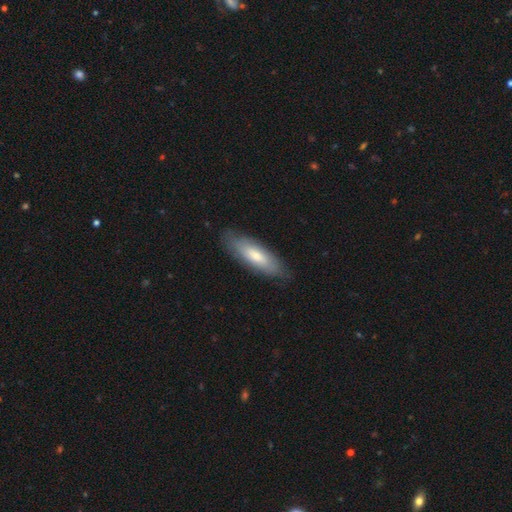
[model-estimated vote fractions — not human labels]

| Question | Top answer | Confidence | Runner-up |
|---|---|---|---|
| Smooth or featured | smooth | 67% | featured or disk (28%) |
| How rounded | in between | 57% | cigar-shaped (42%) |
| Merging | none | 82% | minor disturbance (14%) |